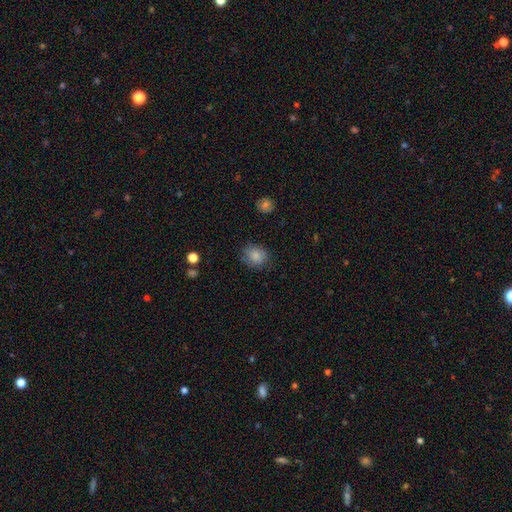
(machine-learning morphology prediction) Smooth or featured: smooth — 85% (star or artifact — 9%)
How rounded: round — 66% (in between — 33%)
Merging: none — 79% (minor disturbance — 16%)